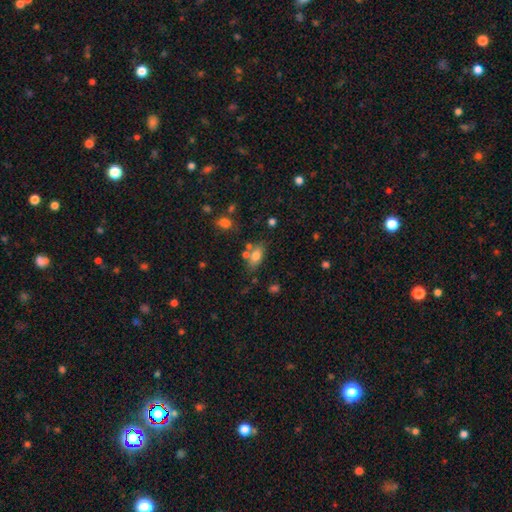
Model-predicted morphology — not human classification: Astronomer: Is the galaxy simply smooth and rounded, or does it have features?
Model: smooth — 76%.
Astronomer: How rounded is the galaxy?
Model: in between — 86%.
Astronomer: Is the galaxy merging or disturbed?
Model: none — 60%.